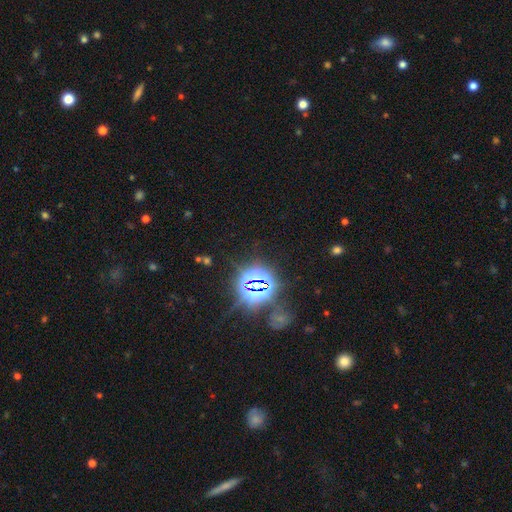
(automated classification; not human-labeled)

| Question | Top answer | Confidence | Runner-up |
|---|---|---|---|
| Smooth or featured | star or artifact | 79% | smooth (14%) |